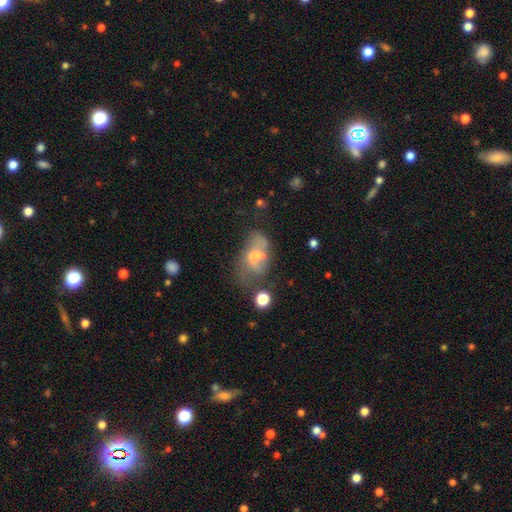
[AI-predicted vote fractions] Morphology: type=featured or disk (48%); merging=none (29%).